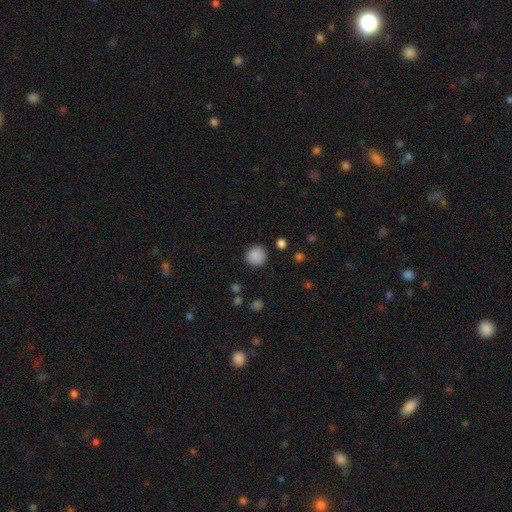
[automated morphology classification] The model was most divided on "smooth or featured": smooth: 87%, star or artifact: 9%, featured or disk: 4%. More confident: how rounded — round (93%); merging — none (88%).